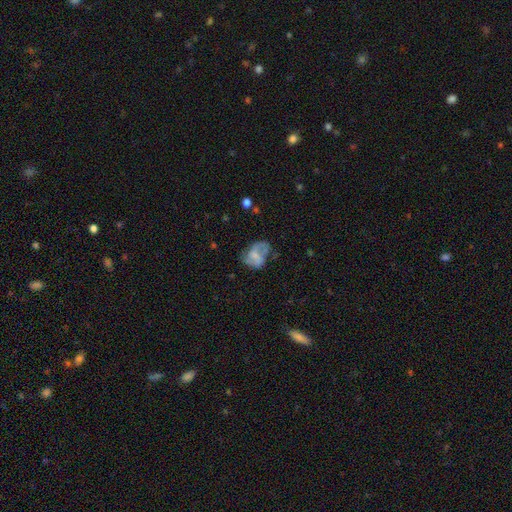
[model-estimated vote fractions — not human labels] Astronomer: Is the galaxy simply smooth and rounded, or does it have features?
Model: featured or disk — 49% (runner-up: smooth, 42%).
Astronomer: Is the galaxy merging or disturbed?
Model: none — 38% (runner-up: major disturbance, 29%).